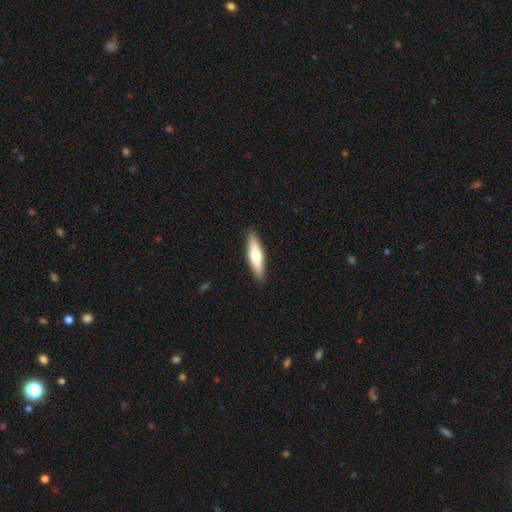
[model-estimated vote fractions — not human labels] A smooth galaxy with no disk features (53%) that is cigar-shaped (78%). Merging: none (91%).